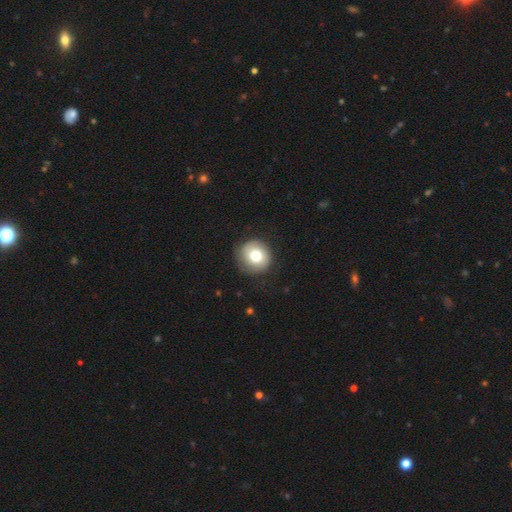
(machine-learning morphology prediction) smooth-or-featured: smooth: 77% | featured or disk: 15% | star or artifact: 9%
  how-rounded: round: 91% | in between: 8% | cigar-shaped: 1%
  merging: none: 85% | minor disturbance: 11% | major disturbance: 3% | merger: 1%